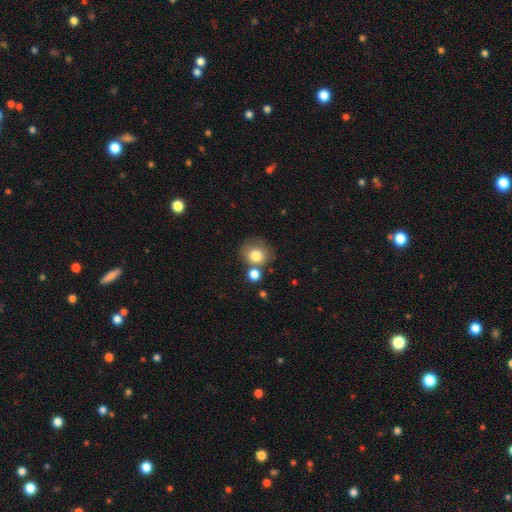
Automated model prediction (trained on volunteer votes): This appears to be a smooth galaxy with no disk features (79%) that is round (81%). Merging: none (59%).